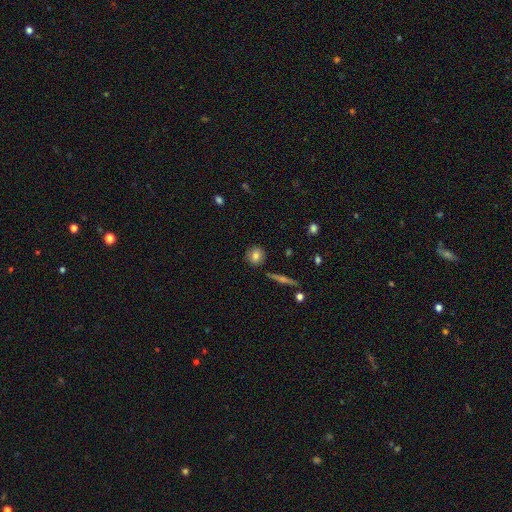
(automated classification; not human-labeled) Morphology: type=smooth (79%); roundness=round (82%); merging=none (87%).